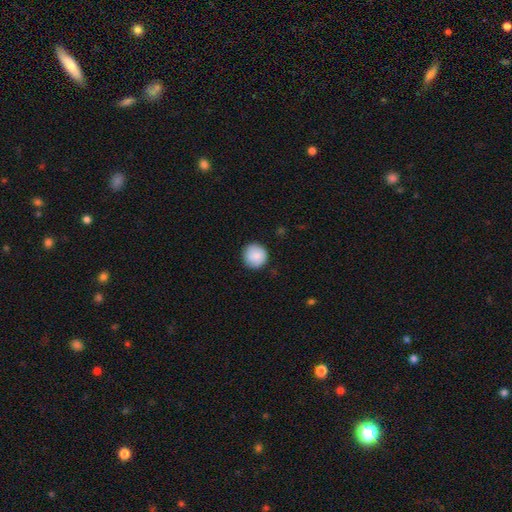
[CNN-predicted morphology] smooth 85%, featured or disk 8%, star or artifact 7%. Down the decision tree: how rounded — round (94%); merging — none (88%).